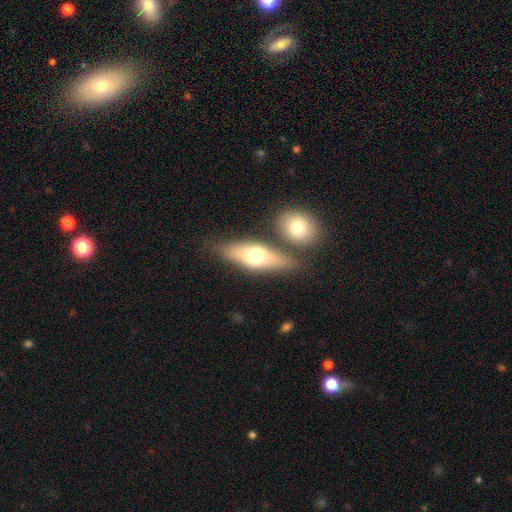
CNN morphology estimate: type=smooth (61%); roundness=in between (64%); merging=none (67%).